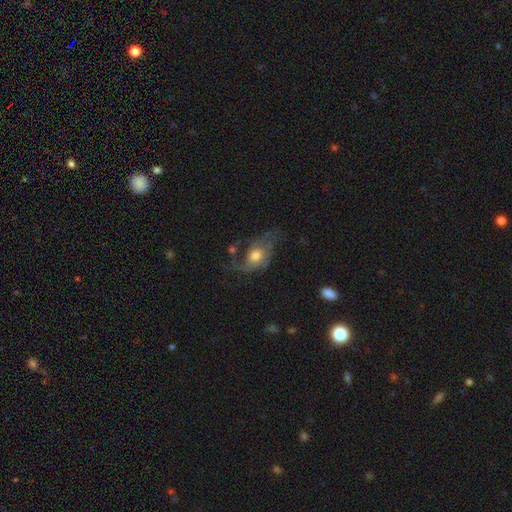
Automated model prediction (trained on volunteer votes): featured or disk 66%, smooth 27%, star or artifact 7%. Down the decision tree: edge-on disk — no (95%); bar — no (74%); spiral arms — yes (84%); spiral arm count — 2 (61%); spiral winding — loose (44%); bulge size — moderate (58%); merging — none (39%).